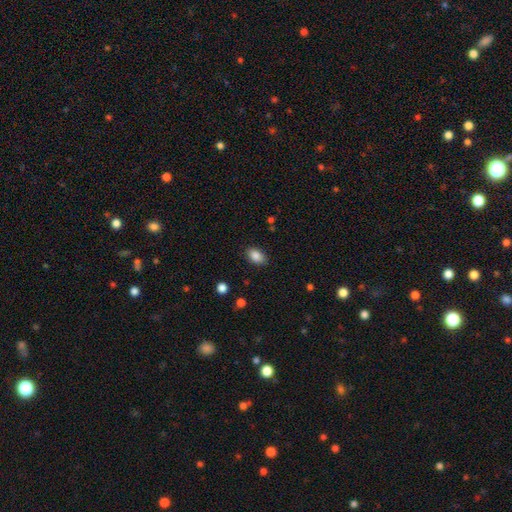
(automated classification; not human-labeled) This appears to be a smooth galaxy with no disk features (87%) that is in between round and cigar-shaped (89%). Merging: none (86%).